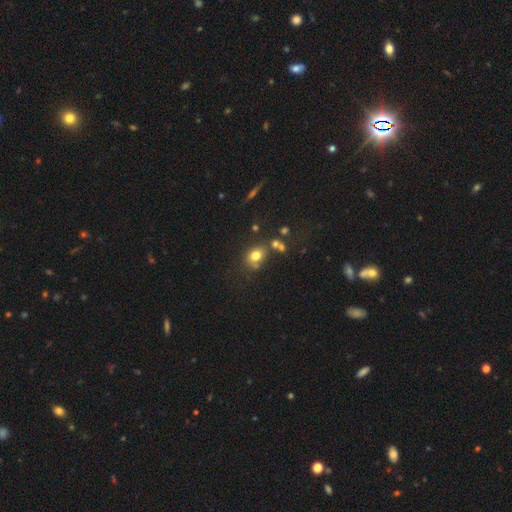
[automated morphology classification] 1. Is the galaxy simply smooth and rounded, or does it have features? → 75% smooth, 14% star or artifact, 11% featured or disk.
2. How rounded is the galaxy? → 52% round, 47% in between, 1% cigar-shaped.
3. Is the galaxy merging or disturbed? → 61% none, 17% minor disturbance, 16% merger, 7% major disturbance.